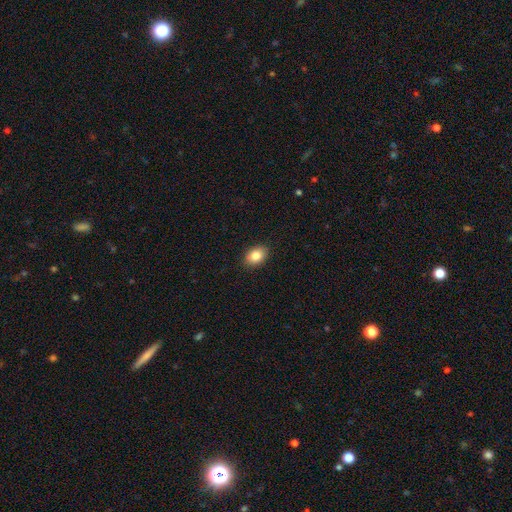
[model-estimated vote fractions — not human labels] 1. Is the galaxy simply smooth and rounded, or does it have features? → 84% smooth, 8% star or artifact, 8% featured or disk.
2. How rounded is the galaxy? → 75% in between, 24% round, 1% cigar-shaped.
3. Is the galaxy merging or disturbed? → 89% none, 8% minor disturbance, 2% major disturbance, 1% merger.